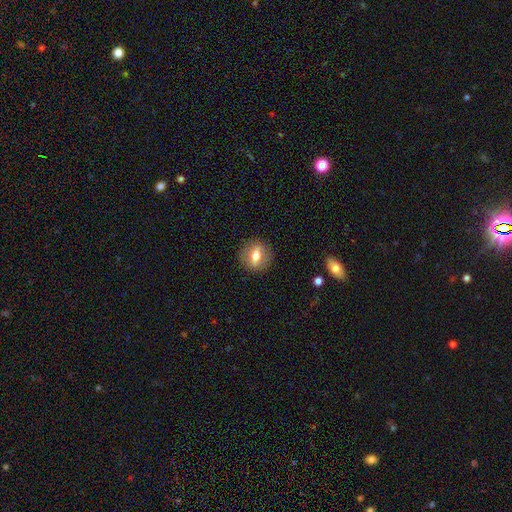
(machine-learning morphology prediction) Q: Smooth or featured?
A: smooth (54%); runner-up: featured or disk (37%)
Q: How rounded?
A: round (68%); runner-up: in between (28%)
Q: Merging?
A: none (88%); runner-up: minor disturbance (8%)